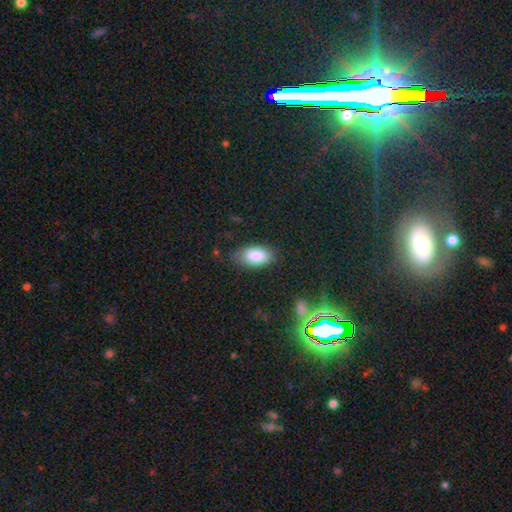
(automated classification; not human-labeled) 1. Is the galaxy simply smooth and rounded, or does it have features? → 85% smooth, 8% featured or disk, 7% star or artifact.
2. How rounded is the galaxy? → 93% in between, 4% round, 3% cigar-shaped.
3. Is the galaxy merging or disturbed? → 75% none, 19% minor disturbance, 4% major disturbance, 2% merger.